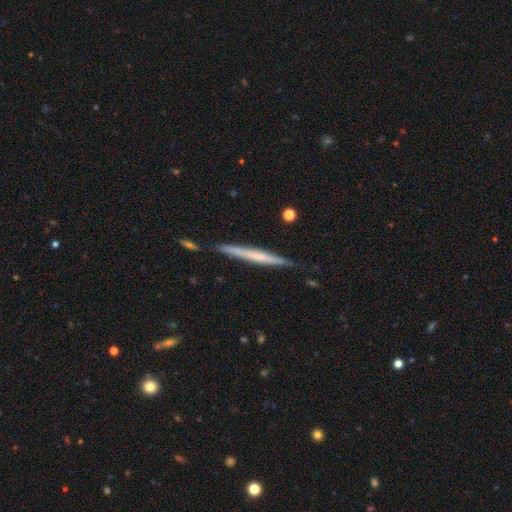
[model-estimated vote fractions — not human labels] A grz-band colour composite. It shows a featured or disk galaxy (52%) viewed edge-on (97%) with no central bulge (74%). Merging: none (85%).